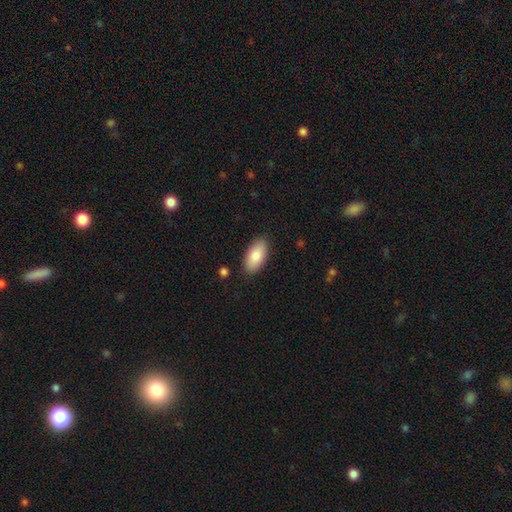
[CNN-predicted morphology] Smooth or featured? smooth (84%)
How rounded? in between (92%)
Merging? none (87%)